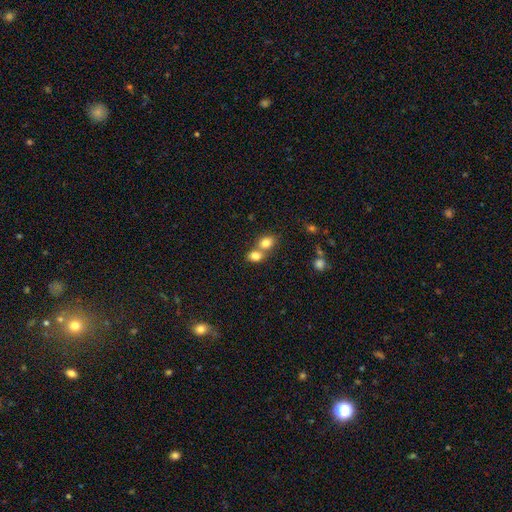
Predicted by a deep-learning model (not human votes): Smooth or featured?
  - smooth: 81% *
  - star or artifact: 10%
  - featured or disk: 8%
How rounded?
  - in between: 54% *
  - round: 44%
  - cigar-shaped: 1%
Merging?
  - merger: 58% *
  - none: 33%
  - minor disturbance: 6%
  - major disturbance: 3%